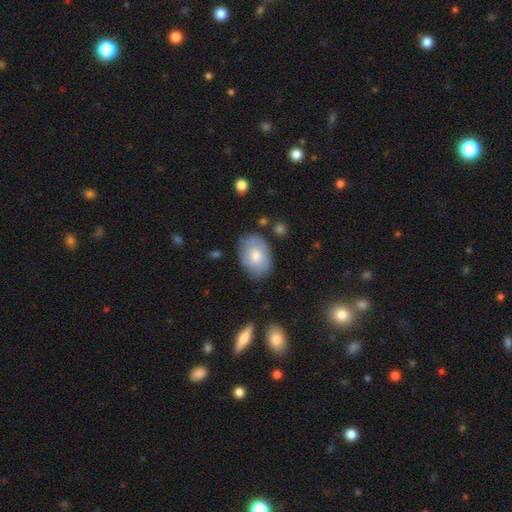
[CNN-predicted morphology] smooth 61%, featured or disk 32%, star or artifact 7%. Down the decision tree: how rounded — in between (74%); merging — none (75%).